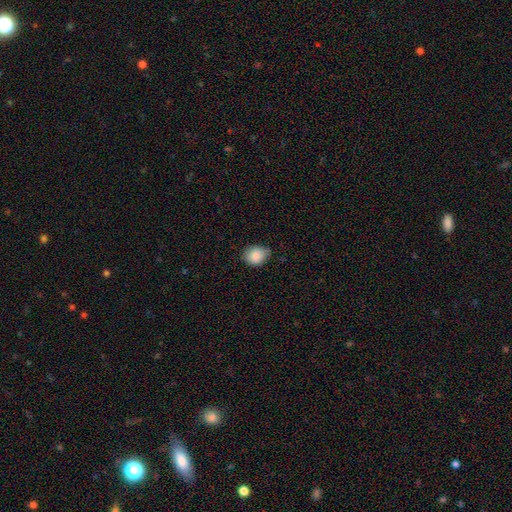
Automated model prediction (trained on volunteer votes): smooth 85%, star or artifact 8%, featured or disk 7%. Down the decision tree: how rounded — round (58%); merging — none (71%).